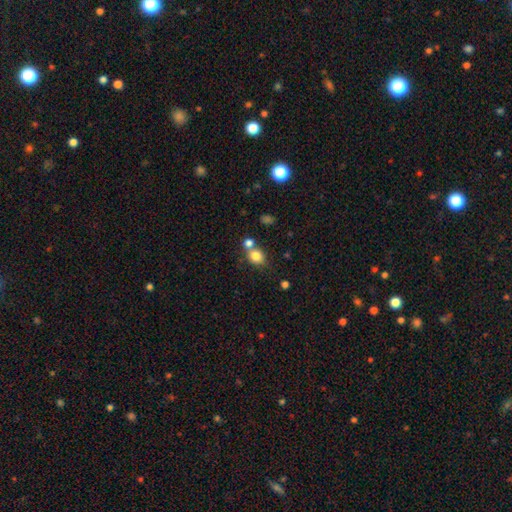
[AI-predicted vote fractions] This is clearly a smooth galaxy (81%). How rounded: likely round (63%). Merging: possibly none (51%).